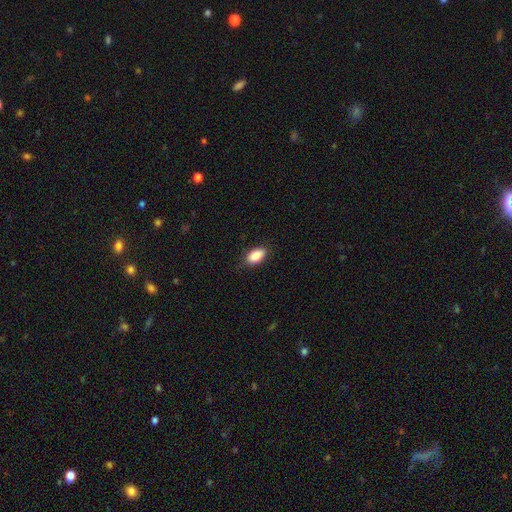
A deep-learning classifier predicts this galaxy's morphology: A smooth galaxy with no disk features (86%) that is in between round and cigar-shaped (91%). Merging: none (82%).